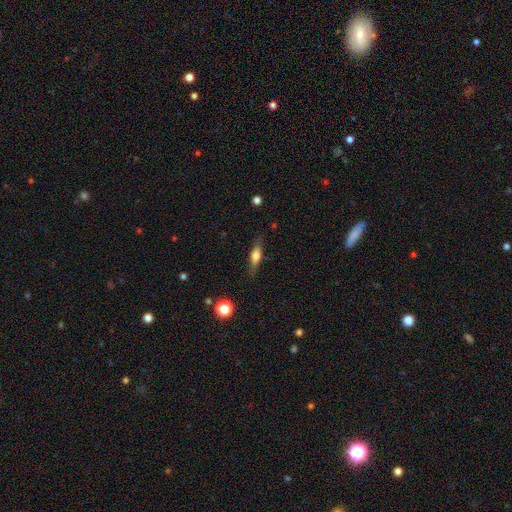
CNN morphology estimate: Smooth or featured? Predicted: smooth (p=0.54). How rounded? Predicted: cigar-shaped (p=0.56). Merging? Predicted: none (p=0.80).